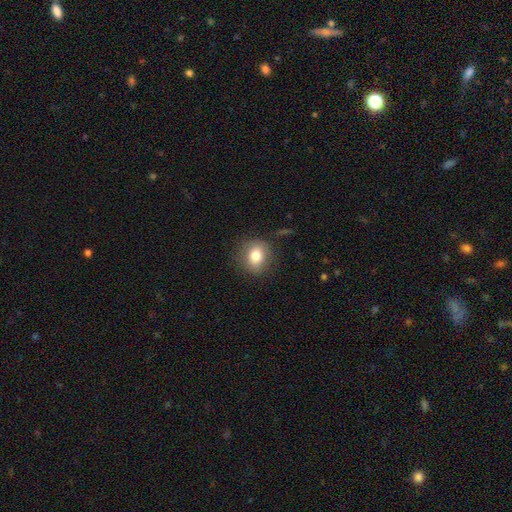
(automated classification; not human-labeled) Q: Smooth or featured?
A: smooth (80%); runner-up: featured or disk (10%)
Q: How rounded?
A: round (65%); runner-up: in between (34%)
Q: Merging?
A: none (83%); runner-up: minor disturbance (12%)